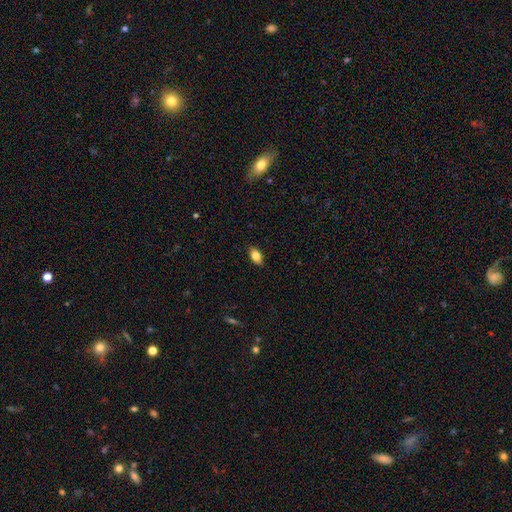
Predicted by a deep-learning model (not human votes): This appears to be a smooth galaxy with no disk features (80%) that is in between round and cigar-shaped (88%). Merging: none (87%).